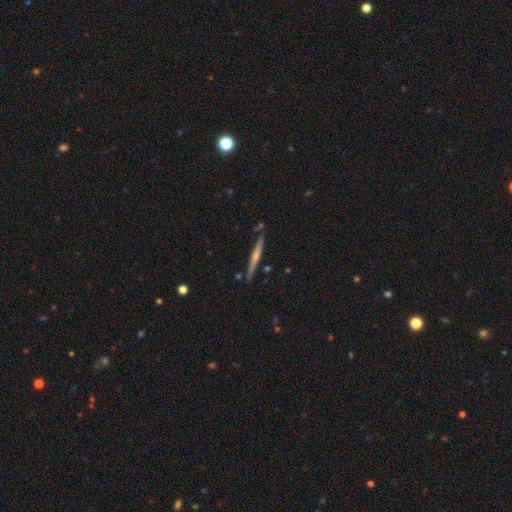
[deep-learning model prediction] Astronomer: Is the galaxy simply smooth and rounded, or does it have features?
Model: featured or disk — 75%.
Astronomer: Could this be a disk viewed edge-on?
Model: yes — 97%.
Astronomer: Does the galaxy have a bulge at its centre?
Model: rounded — 69%.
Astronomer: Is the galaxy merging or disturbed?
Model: none — 85%.